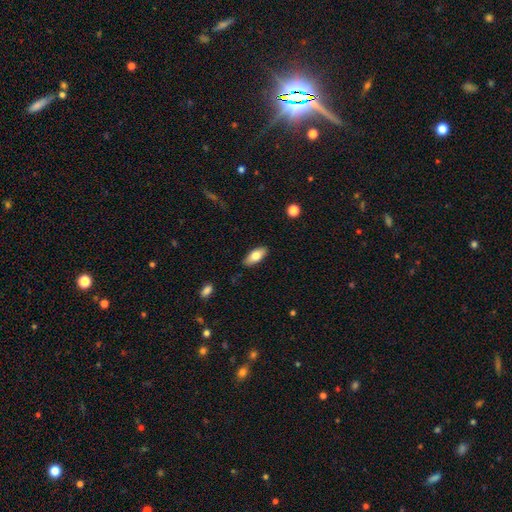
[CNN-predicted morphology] Smooth or featured: smooth — 77% (featured or disk — 17%)
How rounded: in between — 85% (cigar-shaped — 13%)
Merging: none — 87% (minor disturbance — 10%)